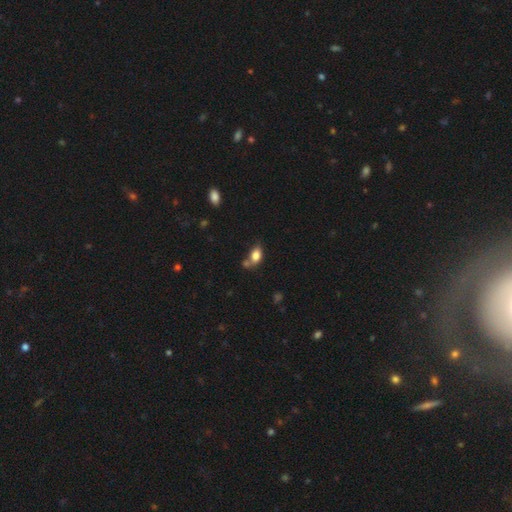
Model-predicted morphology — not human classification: This is clearly a smooth galaxy (82%). How rounded: clearly in between (86%). Merging: possibly none (49%).